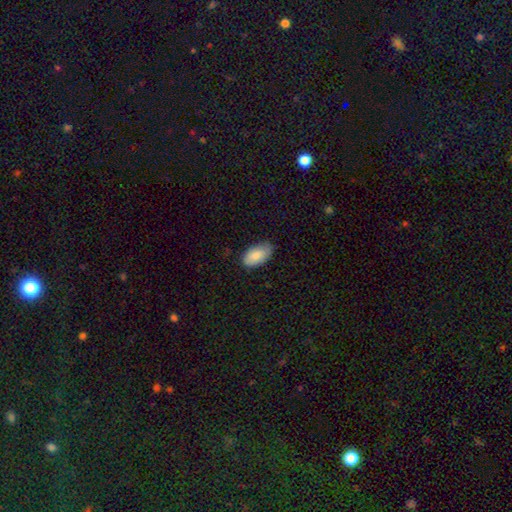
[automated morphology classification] Smooth or featured? Predicted: smooth (p=0.84). How rounded? Predicted: in between (p=0.95). Merging? Predicted: none (p=0.76).